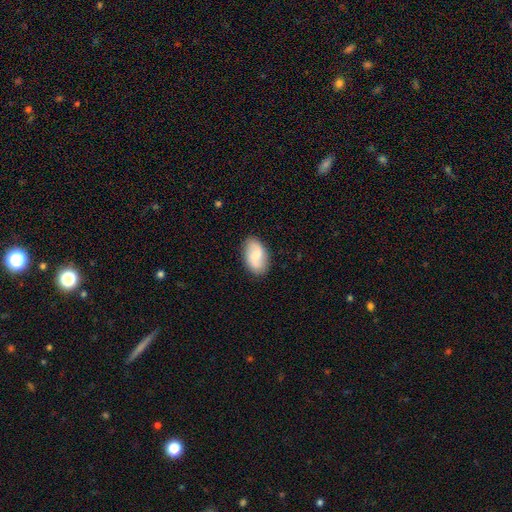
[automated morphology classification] The model was most divided on "smooth or featured": smooth: 53%, featured or disk: 40%, star or artifact: 7%. More confident: how rounded — in between (93%); merging — none (84%).